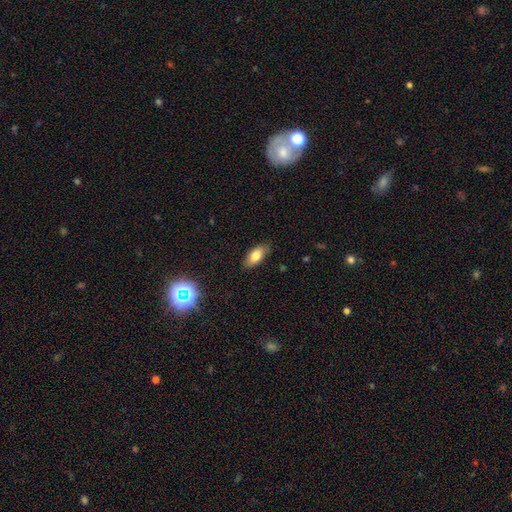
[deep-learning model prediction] A smooth galaxy with no disk features (78%) that is in between round and cigar-shaped (88%). Merging: none (83%).